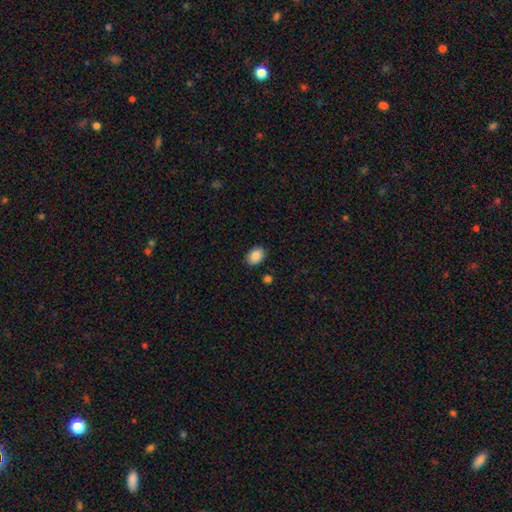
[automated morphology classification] smooth-or-featured: smooth: 89% | star or artifact: 8% | featured or disk: 4%
  how-rounded: in between: 73% | round: 26% | cigar-shaped: 1%
  merging: none: 87% | minor disturbance: 9% | major disturbance: 2% | merger: 2%